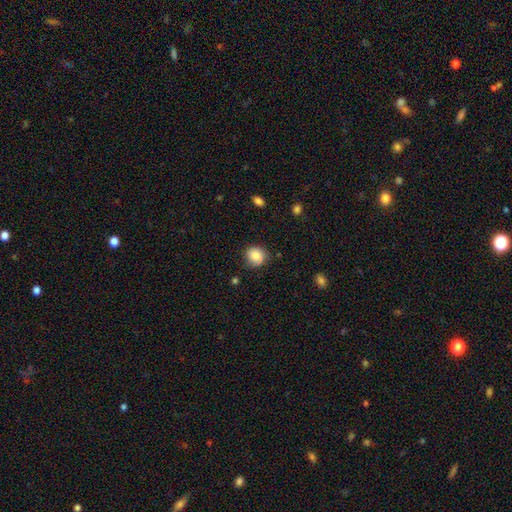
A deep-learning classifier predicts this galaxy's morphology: This appears to be a smooth galaxy with no disk features (82%) that is round (87%). Merging: none (79%).